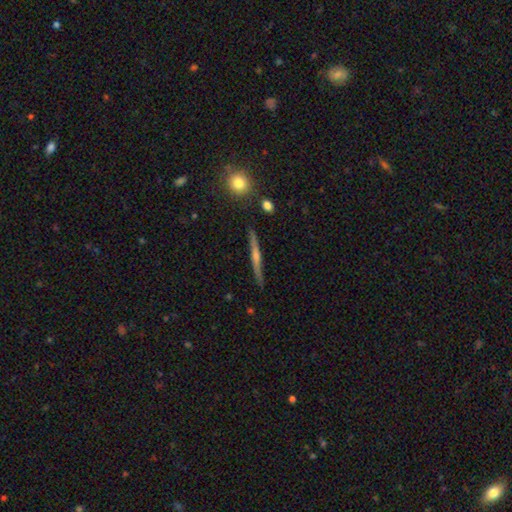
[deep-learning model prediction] The model was most divided on "smooth or featured": featured or disk: 69%, smooth: 24%, star or artifact: 7%. More confident: edge-on disk — yes (97%); merging — none (88%); edge-on bulge — rounded (70%).